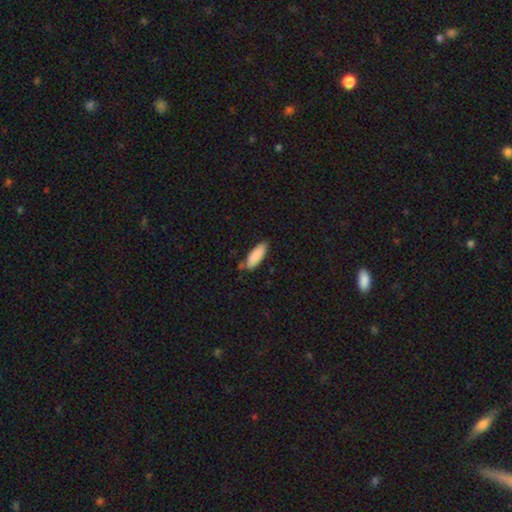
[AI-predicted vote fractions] Smooth or featured? Predicted: smooth (p=0.88). How rounded? Predicted: in between (p=0.65). Merging? Predicted: none (p=0.72).